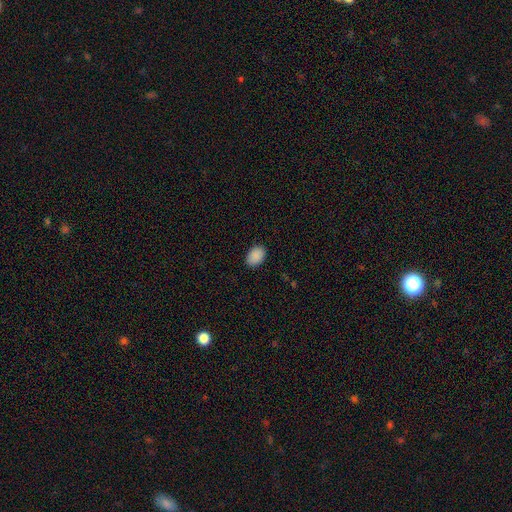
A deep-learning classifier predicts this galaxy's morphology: smooth_or_featured: smooth (p=0.90) [alt: star or artifact p=0.07]
how_rounded: in between (p=0.81) [alt: round p=0.18]
merging: none (p=0.89) [alt: minor disturbance p=0.08]